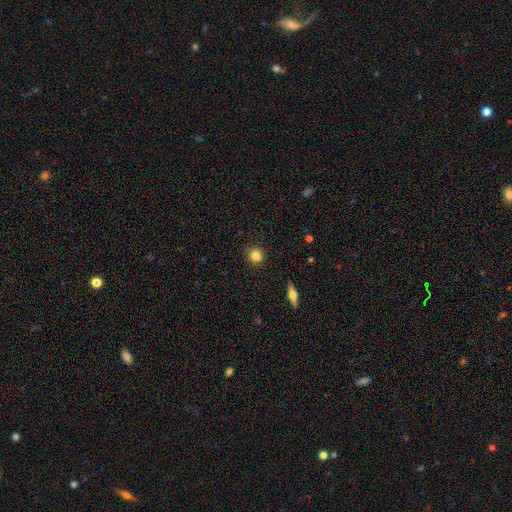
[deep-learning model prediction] The model was most divided on "smooth or featured": smooth: 81%, star or artifact: 11%, featured or disk: 8%. More confident: how rounded — round (91%); merging — none (87%).